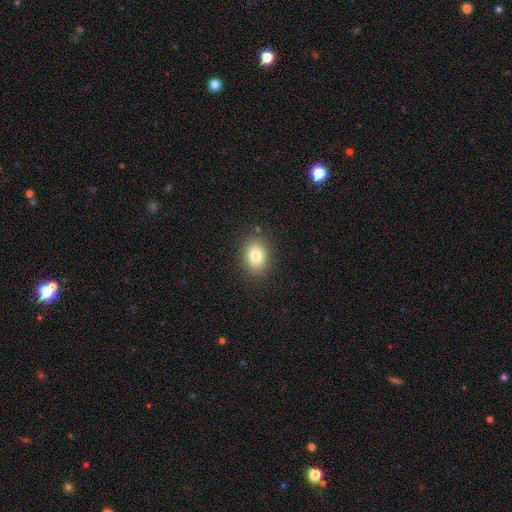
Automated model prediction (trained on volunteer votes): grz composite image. It shows a smooth galaxy with no disk features (80%) that is in between round and cigar-shaped (62%). Merging: none (87%).